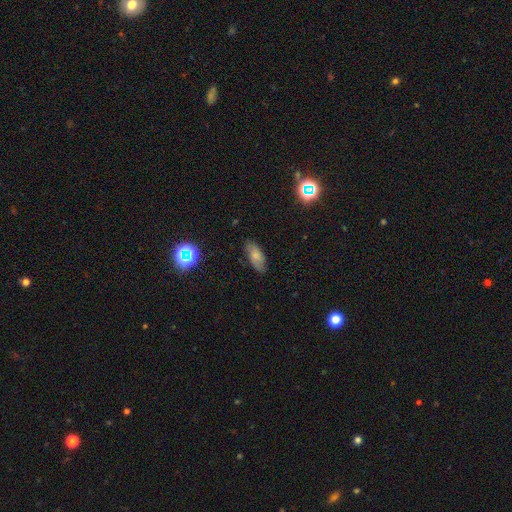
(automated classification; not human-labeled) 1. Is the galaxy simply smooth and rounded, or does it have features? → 63% smooth, 26% featured or disk, 11% star or artifact.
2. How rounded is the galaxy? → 85% in between, 11% cigar-shaped, 3% round.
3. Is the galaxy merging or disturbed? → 79% none, 16% minor disturbance, 3% major disturbance, 1% merger.